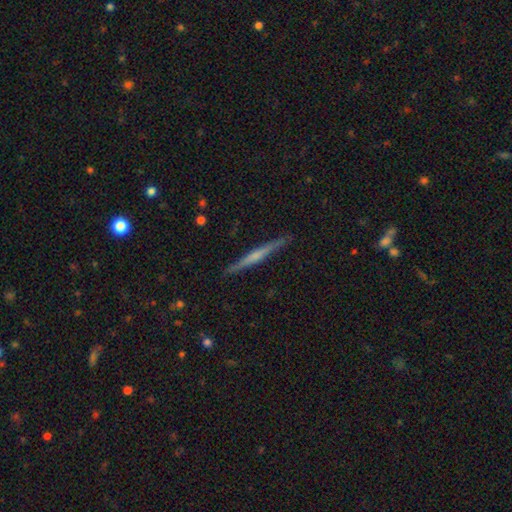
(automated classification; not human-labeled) Overall: featured or disk (65%; smooth 29%). Edge-on disk: yes (98%). Edge-on bulge: rounded (46%; none 41%). Merging: none (90%).